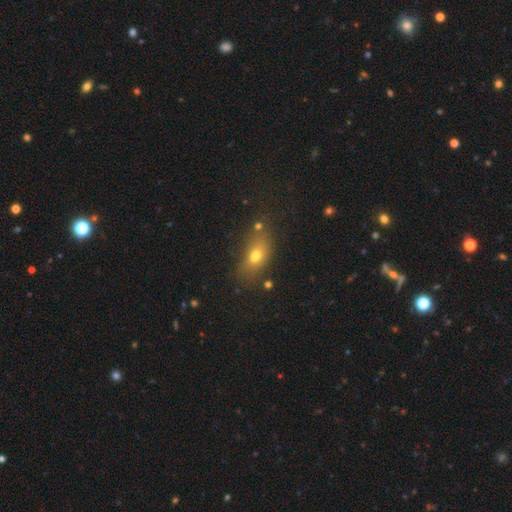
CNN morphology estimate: Smooth or featured: smooth — 69% (star or artifact — 16%)
How rounded: in between — 75% (round — 18%)
Merging: none — 61% (minor disturbance — 20%)